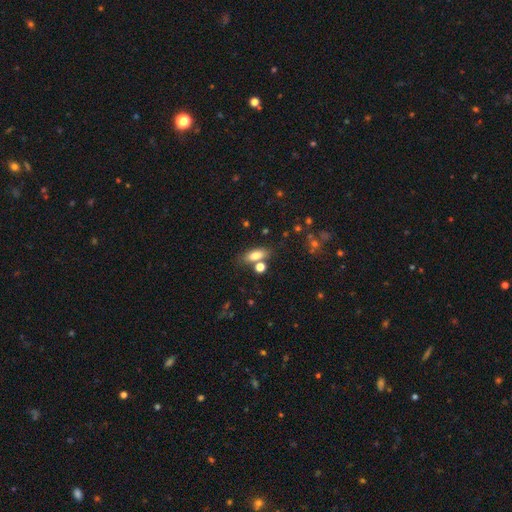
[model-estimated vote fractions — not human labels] Overall: smooth (79%). How rounded: in between (78%). Merging: none (68%).